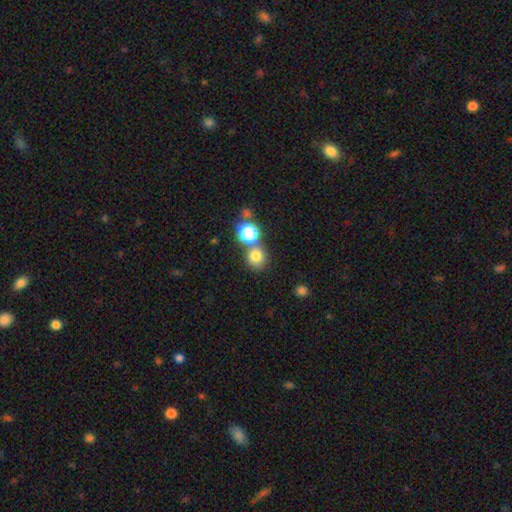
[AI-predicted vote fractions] smooth-or-featured: smooth: 76% | star or artifact: 17% | featured or disk: 7%
  how-rounded: round: 86% | in between: 13% | cigar-shaped: 1%
  merging: none: 65% | merger: 23% | minor disturbance: 9% | major disturbance: 4%